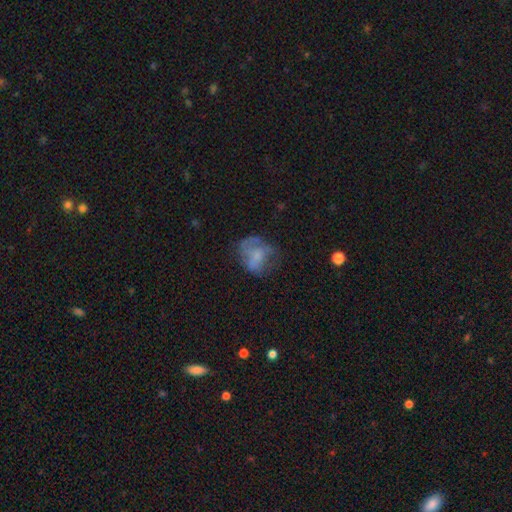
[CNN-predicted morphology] This appears to be a smooth galaxy with no disk features (45%). Merging: none (39%).